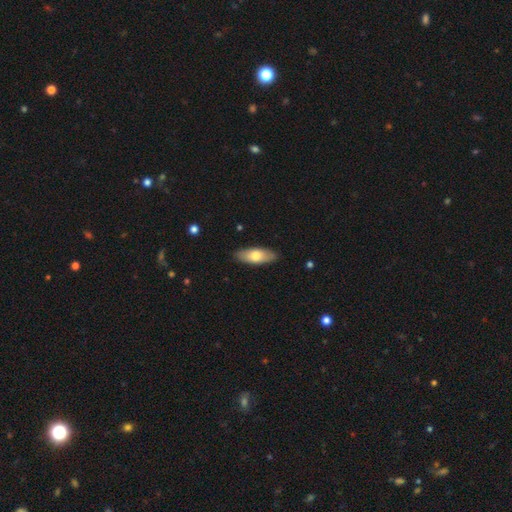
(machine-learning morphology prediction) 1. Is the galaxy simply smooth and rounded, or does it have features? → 71% smooth, 24% featured or disk, 5% star or artifact.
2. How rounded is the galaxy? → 75% in between, 22% cigar-shaped, 2% round.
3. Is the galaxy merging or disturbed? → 88% none, 9% minor disturbance, 2% major disturbance, 1% merger.